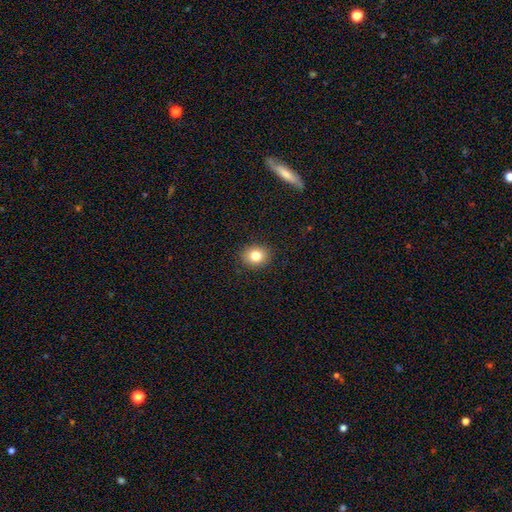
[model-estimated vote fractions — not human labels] A smooth galaxy with no disk features (81%) that is round (65%). Merging: none (90%).